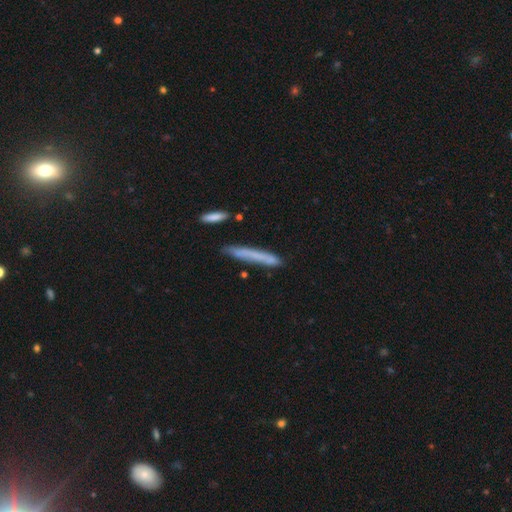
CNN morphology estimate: A smooth galaxy with no disk features (66%) that is cigar-shaped (95%). Merging: none (79%).